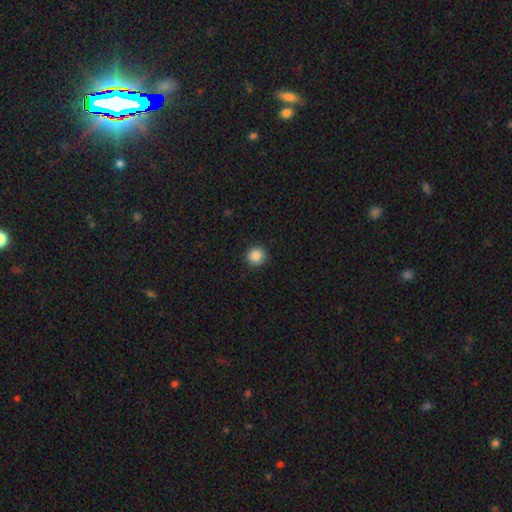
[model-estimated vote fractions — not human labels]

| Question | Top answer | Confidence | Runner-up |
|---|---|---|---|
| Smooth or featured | smooth | 87% | star or artifact (10%) |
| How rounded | round | 95% | in between (4%) |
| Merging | none | 91% | minor disturbance (6%) |